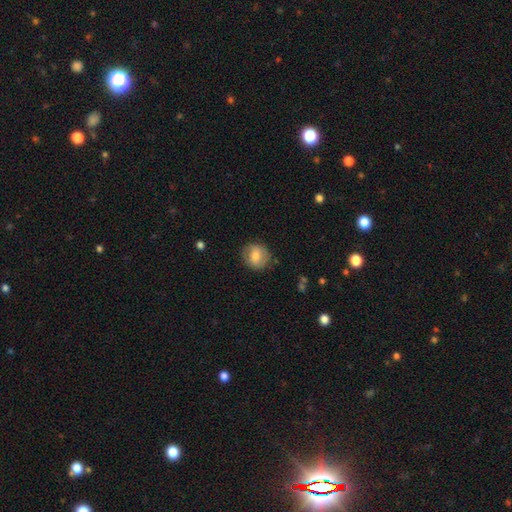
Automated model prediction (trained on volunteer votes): Q: Smooth or featured?
A: smooth (70%); runner-up: featured or disk (22%)
Q: How rounded?
A: round (85%); runner-up: in between (14%)
Q: Merging?
A: none (83%); runner-up: minor disturbance (12%)